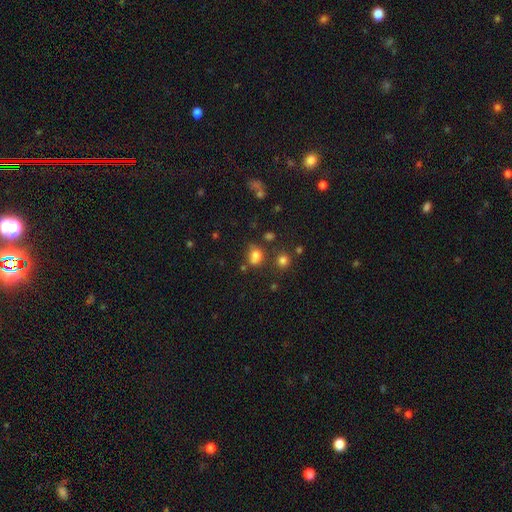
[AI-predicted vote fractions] Morphology: type=smooth (74%); roundness=round (54%); merging=none (50%).